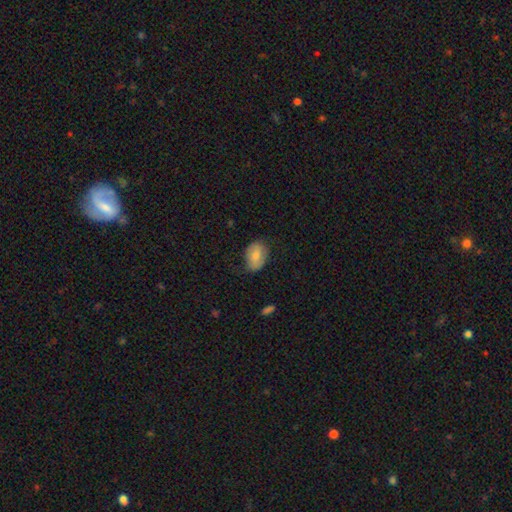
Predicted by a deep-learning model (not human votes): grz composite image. It shows a smooth galaxy with no disk features (74%) that is in between round and cigar-shaped (78%). Merging: none (71%).